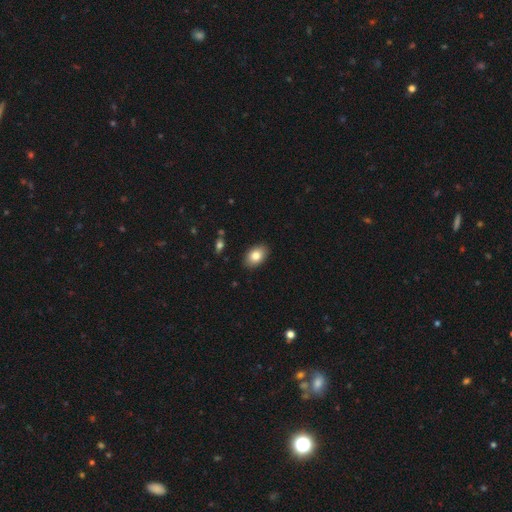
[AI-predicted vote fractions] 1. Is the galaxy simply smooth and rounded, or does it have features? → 83% smooth, 10% featured or disk, 8% star or artifact.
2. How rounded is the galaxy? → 86% in between, 13% round, 1% cigar-shaped.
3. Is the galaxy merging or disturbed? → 88% none, 9% minor disturbance, 2% major disturbance, 1% merger.